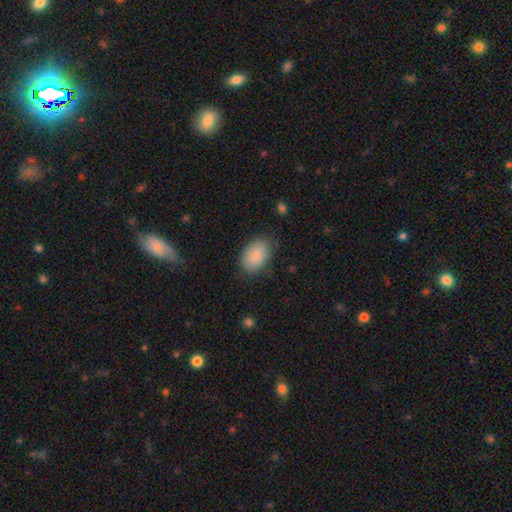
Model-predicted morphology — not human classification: Smooth or featured: smooth — 85% (featured or disk — 8%)
How rounded: in between — 87% (round — 12%)
Merging: none — 76% (minor disturbance — 18%)